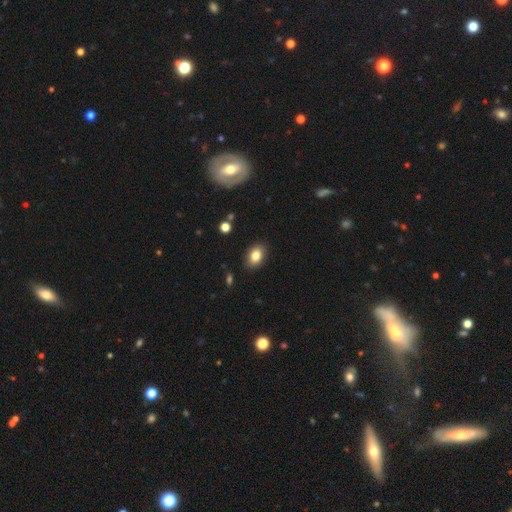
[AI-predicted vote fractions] Morphology: type=smooth (83%); roundness=in between (81%); merging=none (87%).